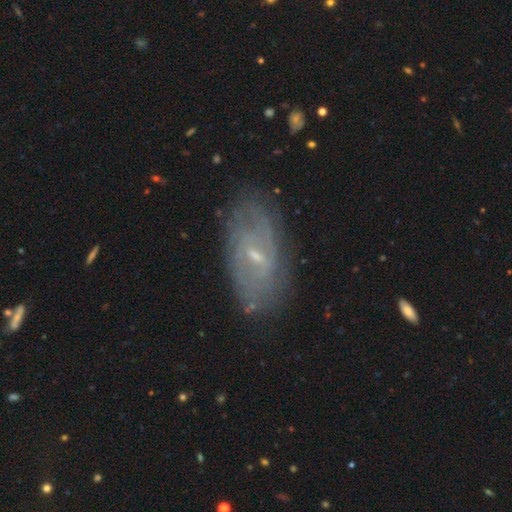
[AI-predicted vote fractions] Smooth or featured? Predicted: featured or disk (p=0.71). Edge-on disk? Predicted: no (p=0.91). Bar? Predicted: weak (p=0.54). Spiral arms? Predicted: yes (p=0.74). Bulge size? Predicted: small (p=0.72). Merging? Predicted: none (p=0.79).